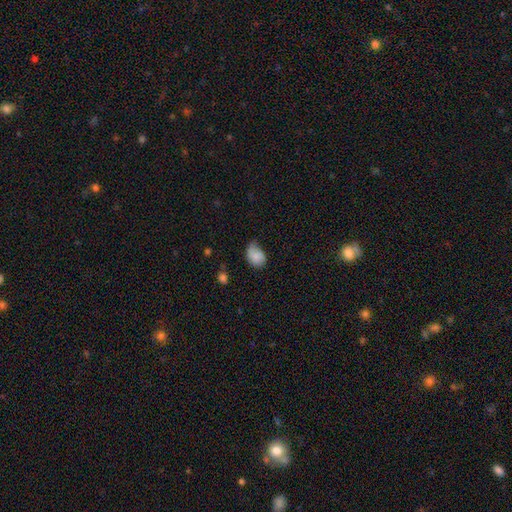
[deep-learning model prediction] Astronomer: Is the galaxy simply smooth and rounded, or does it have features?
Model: smooth — 81%.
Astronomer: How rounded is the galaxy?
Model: in between — 73%.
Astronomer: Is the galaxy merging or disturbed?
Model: minor disturbance — 43% (runner-up: none, 41%).